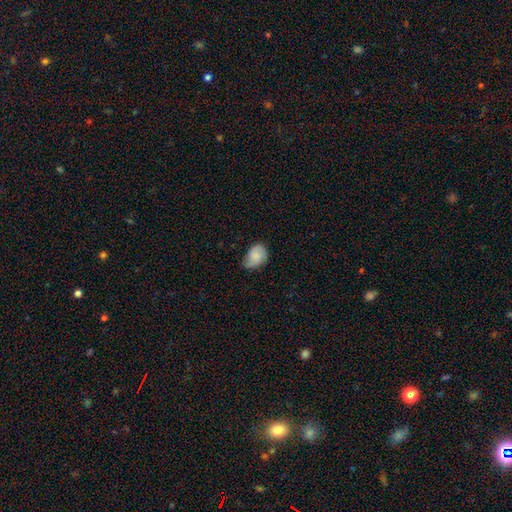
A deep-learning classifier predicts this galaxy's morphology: smooth 67%, featured or disk 25%, star or artifact 8%. Down the decision tree: how rounded — in between (74%); merging — none (52%).